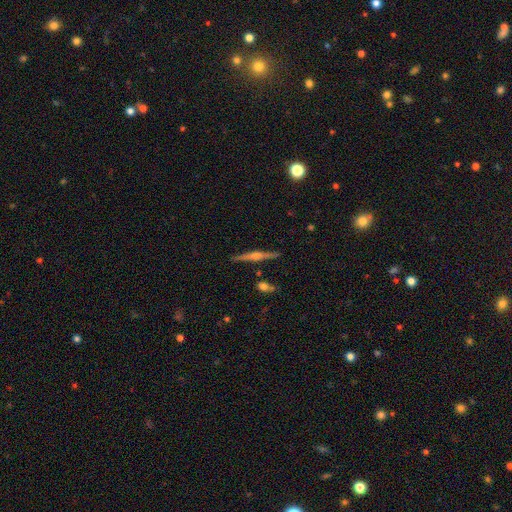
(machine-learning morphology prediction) A featured or disk galaxy (78%) viewed edge-on (98%) with a rounded central bulge (86%). Merging: none (90%).